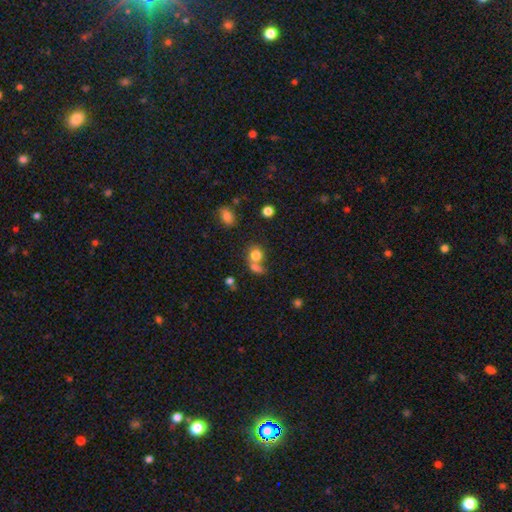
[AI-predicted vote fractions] This is likely a smooth galaxy (78%). How rounded: likely round (72%). Merging: marginally merger (44%).